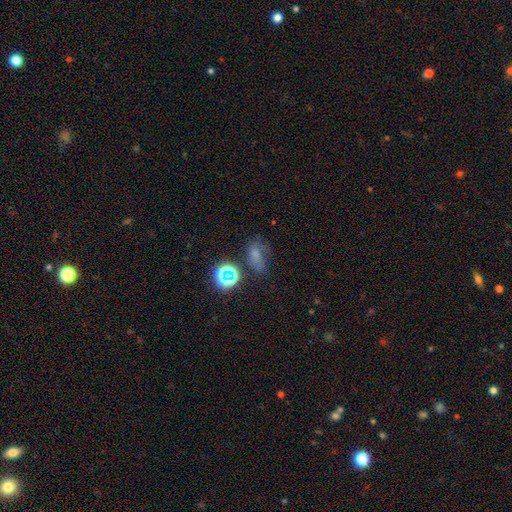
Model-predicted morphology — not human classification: This is possibly a smooth galaxy (53%). How rounded: likely in between (74%). Merging: marginally none (44%).